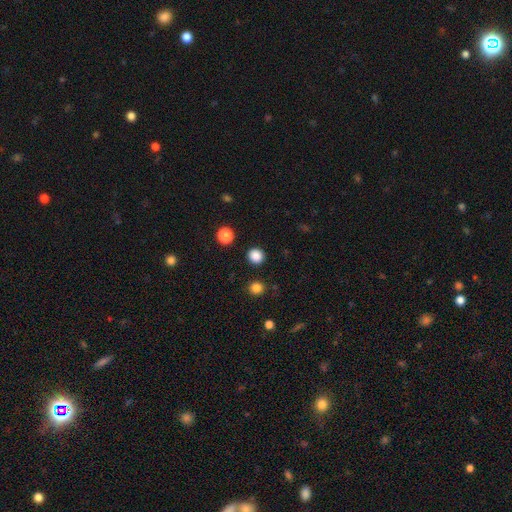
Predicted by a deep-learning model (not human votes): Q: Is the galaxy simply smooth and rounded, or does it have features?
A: smooth — 86%.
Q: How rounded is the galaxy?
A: round — 91%.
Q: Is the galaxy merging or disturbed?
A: none — 91%.